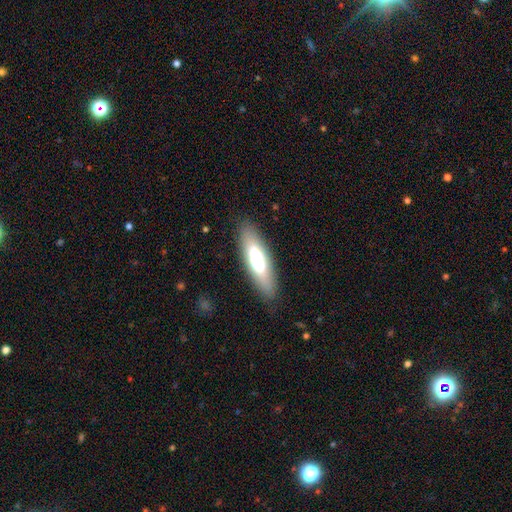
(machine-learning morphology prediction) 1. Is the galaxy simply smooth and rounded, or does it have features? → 67% smooth, 27% featured or disk, 6% star or artifact.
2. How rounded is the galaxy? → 59% cigar-shaped, 40% in between, 2% round.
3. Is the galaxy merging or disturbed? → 86% none, 10% minor disturbance, 3% major disturbance, 1% merger.